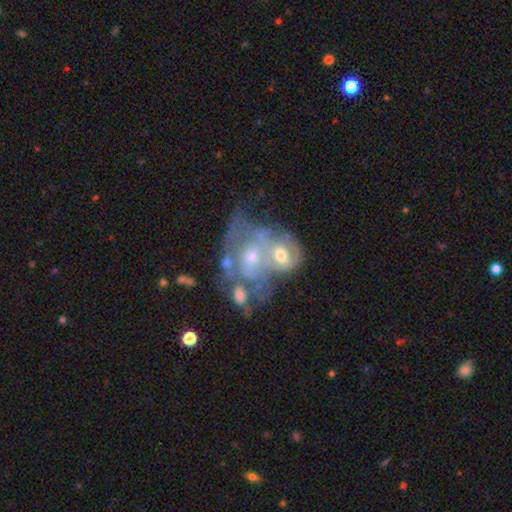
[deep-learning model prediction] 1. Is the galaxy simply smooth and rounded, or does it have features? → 69% featured or disk, 20% smooth, 11% star or artifact.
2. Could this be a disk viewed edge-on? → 96% no, 4% yes.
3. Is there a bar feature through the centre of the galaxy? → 78% no, 17% weak, 5% strong.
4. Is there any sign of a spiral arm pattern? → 56% no, 44% yes.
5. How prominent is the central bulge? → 56% moderate, 31% small, 7% none, 5% large, 2% dominant.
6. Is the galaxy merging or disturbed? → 72% merger, 11% none, 11% major disturbance, 6% minor disturbance.